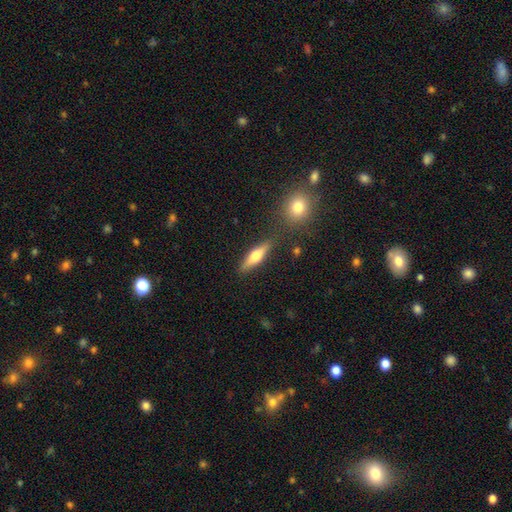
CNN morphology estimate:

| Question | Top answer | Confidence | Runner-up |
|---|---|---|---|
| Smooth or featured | smooth | 51% | featured or disk (43%) |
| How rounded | cigar-shaped | 67% | in between (30%) |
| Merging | none | 82% | minor disturbance (10%) |